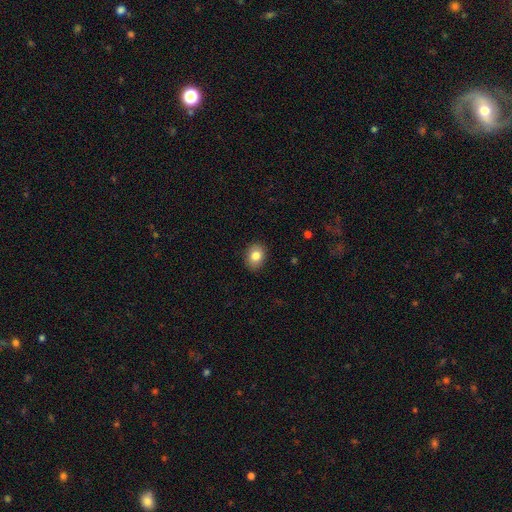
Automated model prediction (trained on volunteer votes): Smooth or featured: smooth — 83% (star or artifact — 9%)
How rounded: in between — 56% (round — 43%)
Merging: none — 88% (minor disturbance — 9%)